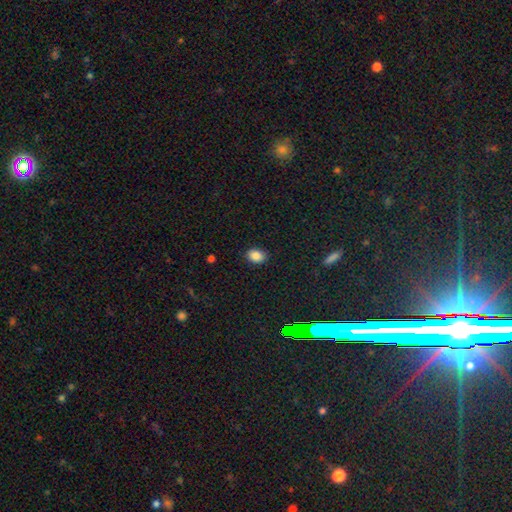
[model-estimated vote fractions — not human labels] smooth-or-featured: smooth: 86% | star or artifact: 9% | featured or disk: 4%
  how-rounded: in between: 73% | round: 26% | cigar-shaped: 1%
  merging: none: 87% | minor disturbance: 10% | major disturbance: 2% | merger: 1%